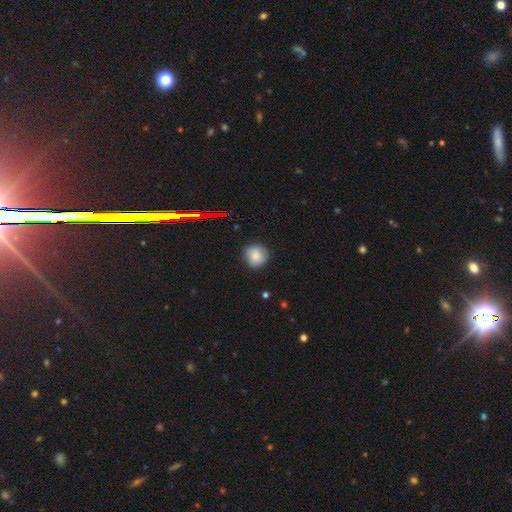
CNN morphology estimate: Smooth or featured? smooth (84%)
How rounded? round (91%)
Merging? none (85%)